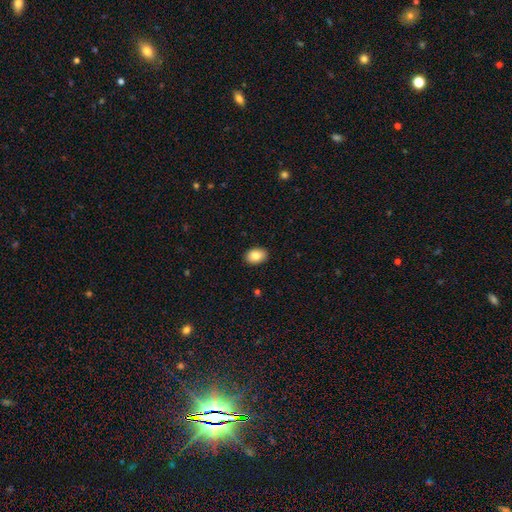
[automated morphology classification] smooth-or-featured: smooth: 86% | star or artifact: 8% | featured or disk: 6%
  how-rounded: in between: 81% | round: 18% | cigar-shaped: 1%
  merging: none: 90% | minor disturbance: 7% | major disturbance: 2% | merger: 1%